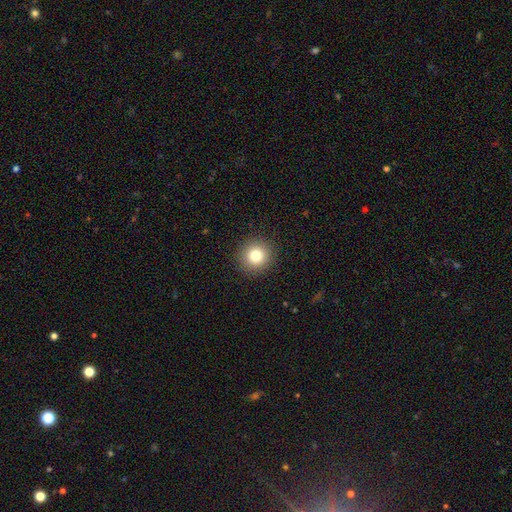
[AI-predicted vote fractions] The model was most divided on "smooth or featured": smooth: 81%, star or artifact: 11%, featured or disk: 8%. More confident: how rounded — round (93%); merging — none (92%).